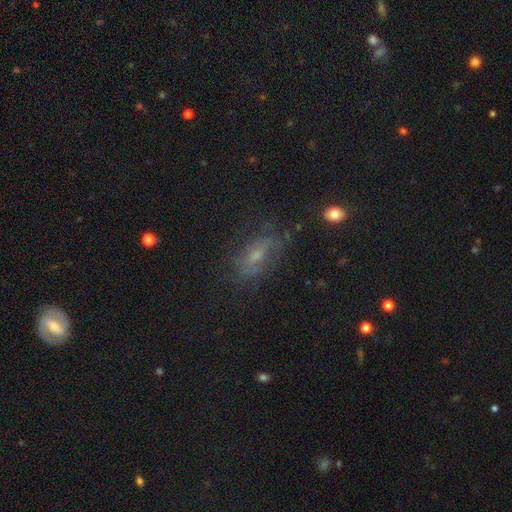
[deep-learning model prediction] Overall: featured or disk (48%; smooth 35%). Merging: none (63%).